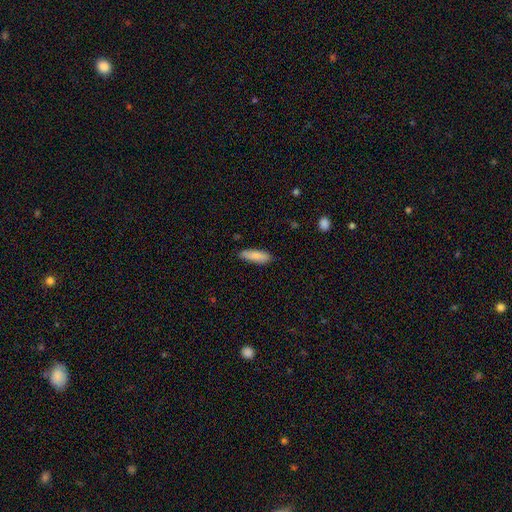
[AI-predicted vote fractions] This appears to be a smooth galaxy with no disk features (85%) that is cigar-shaped (50%). Merging: none (84%).